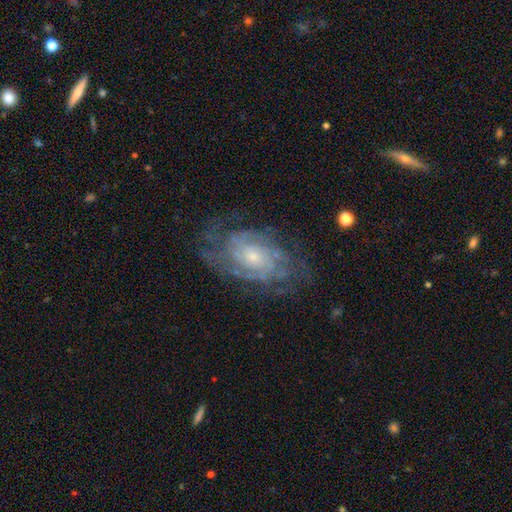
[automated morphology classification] Smooth or featured? Predicted: featured or disk (p=0.82). Edge-on disk? Predicted: no (p=0.95). Bar? Predicted: no (p=0.71). Spiral arms? Predicted: yes (p=0.94). Spiral winding? Predicted: tight (p=0.66). Spiral arm count? Predicted: can't tell (p=0.43). Bulge size? Predicted: small (p=0.54). Merging? Predicted: none (p=0.74).